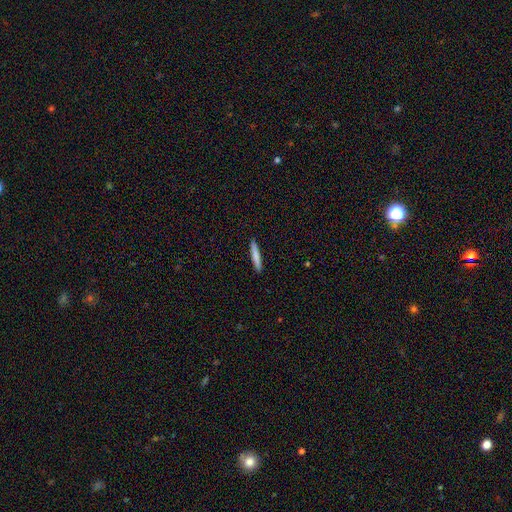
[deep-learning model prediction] This is likely a smooth galaxy (79%). How rounded: clearly cigar-shaped (94%). Merging: clearly none (92%).